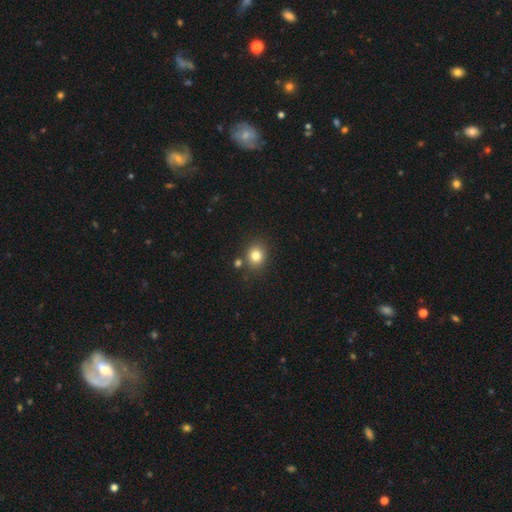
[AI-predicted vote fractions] smooth 80%, star or artifact 13%, featured or disk 7%. Down the decision tree: how rounded — round (74%); merging — none (80%).